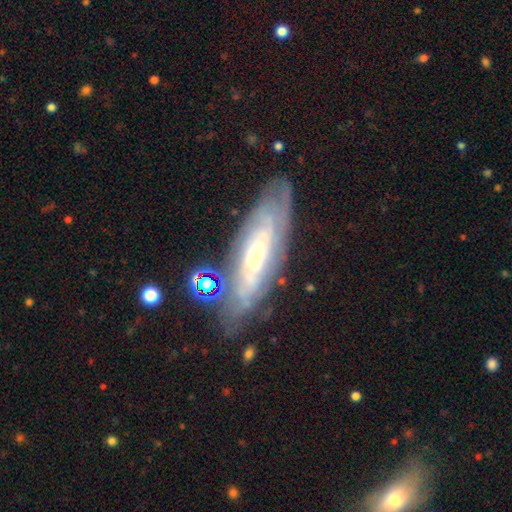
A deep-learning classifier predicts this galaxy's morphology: smooth-or-featured: featured or disk: 77% | smooth: 16% | star or artifact: 7%
  disk-edge-on: no: 77% | yes: 23%
    bar: no: 55% | weak: 31% | strong: 14%
    has-spiral-arms: yes: 85% | no: 15%
      spiral-winding: tight: 71% | medium: 22% | loose: 7%
      spiral-arm-count: can't tell: 64% | 2: 13% | 3: 8% | 4: 6% | more than 4: 5% | 1: 3%
    bulge-size: moderate: 50% | small: 38% | large: 9% | none: 2% | dominant: 2%
  merging: none: 74% | minor disturbance: 17% | major disturbance: 6% | merger: 3%